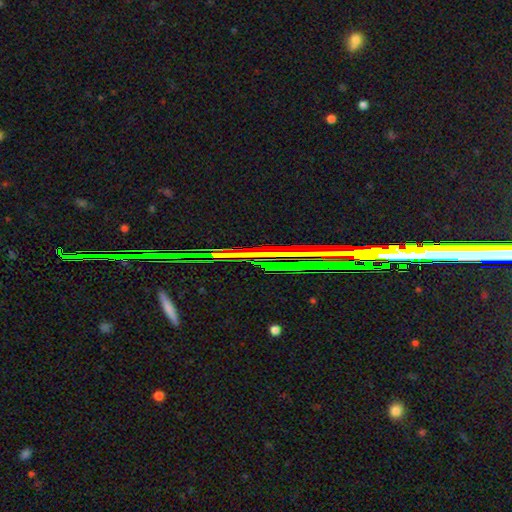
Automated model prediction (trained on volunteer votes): Smooth or featured: star or artifact — 74% (featured or disk — 14%)